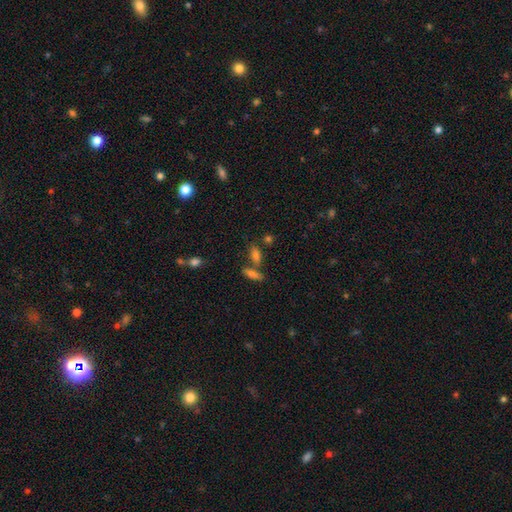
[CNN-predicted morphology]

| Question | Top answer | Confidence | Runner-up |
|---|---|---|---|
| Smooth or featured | smooth | 67% | star or artifact (18%) |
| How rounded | in between | 66% | cigar-shaped (25%) |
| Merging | none | 59% | merger (27%) |